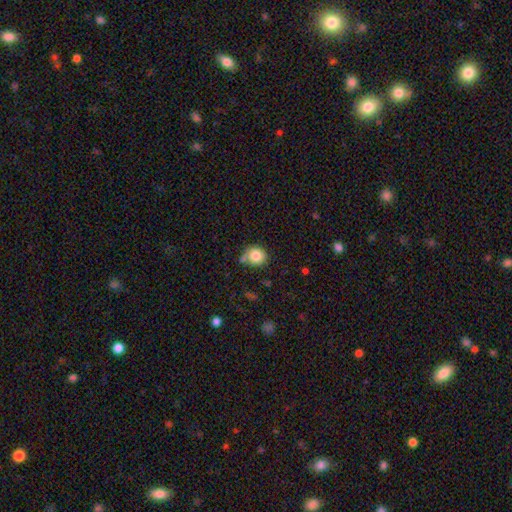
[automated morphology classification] Smooth or featured? Predicted: smooth (p=0.83). How rounded? Predicted: round (p=0.83). Merging? Predicted: none (p=0.66).